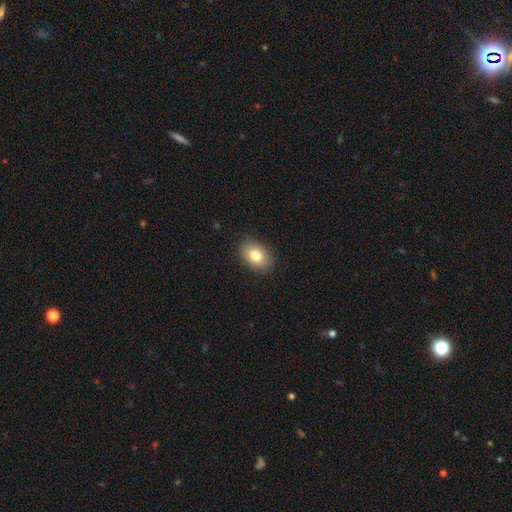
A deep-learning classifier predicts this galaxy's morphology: A smooth galaxy with no disk features (81%) that is in between round and cigar-shaped (83%).

Vote fractions:
- Smooth or featured? smooth: 81% / featured or disk: 11% / star or artifact: 8%
- How rounded? in between: 83% / round: 15% / cigar-shaped: 1%
- Merging? none: 87% / minor disturbance: 10% / major disturbance: 2% / merger: 1%